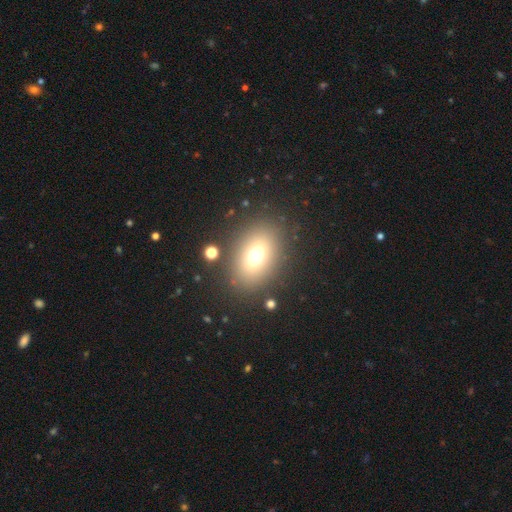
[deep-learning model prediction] smooth 69%, star or artifact 17%, featured or disk 15%. Down the decision tree: how rounded — in between (67%); merging — none (83%).